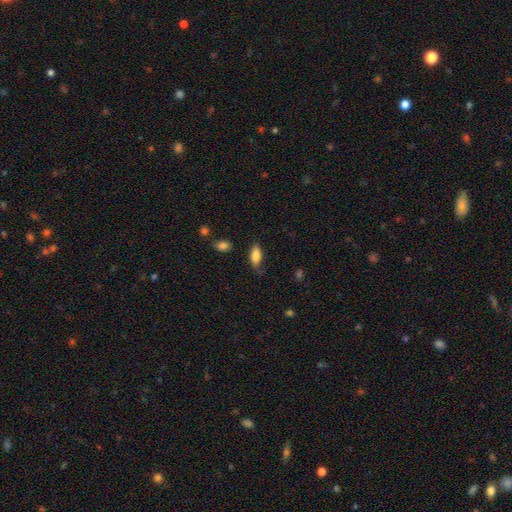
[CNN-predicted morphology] The model was most divided on "merging": none: 66%, minor disturbance: 25%, major disturbance: 6%, merger: 2%. More confident: how rounded — in between (82%); smooth or featured — smooth (80%).